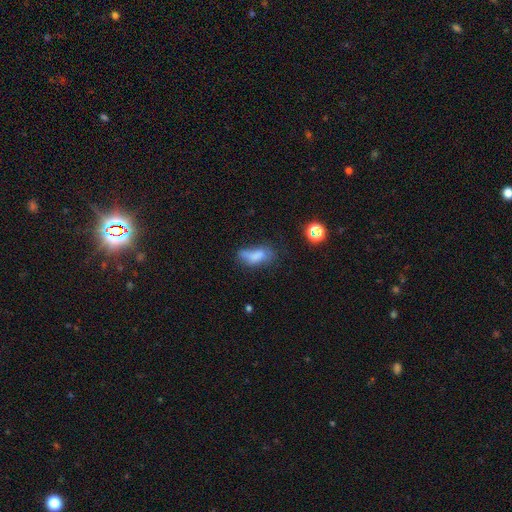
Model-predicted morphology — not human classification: Smooth or featured? smooth (66%)
How rounded? in between (82%)
Merging? none (30%, tied with minor disturbance)